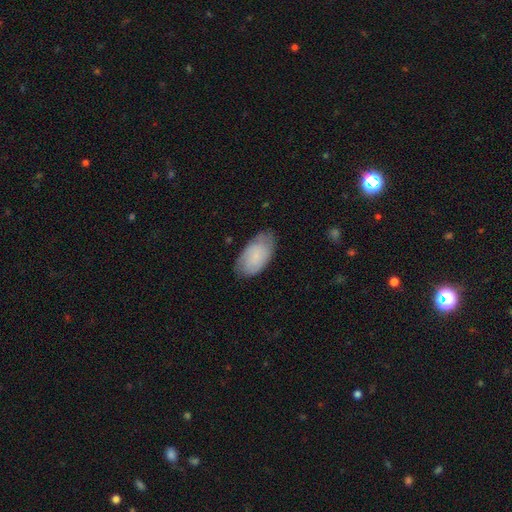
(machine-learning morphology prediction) smooth 71%, featured or disk 22%, star or artifact 7%. Down the decision tree: how rounded — in between (95%); merging — none (70%).